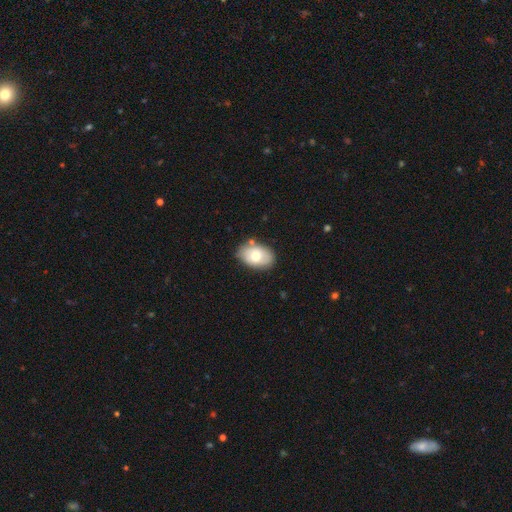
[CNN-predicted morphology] Q: Smooth or featured?
A: smooth (68%); runner-up: featured or disk (25%)
Q: How rounded?
A: in between (87%); runner-up: round (12%)
Q: Merging?
A: none (78%); runner-up: minor disturbance (15%)